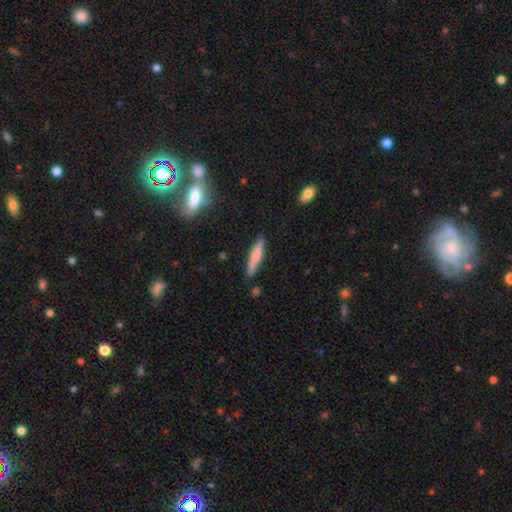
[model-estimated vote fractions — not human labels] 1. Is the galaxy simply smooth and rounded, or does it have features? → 65% smooth, 28% featured or disk, 6% star or artifact.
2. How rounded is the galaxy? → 89% cigar-shaped, 10% in between, 2% round.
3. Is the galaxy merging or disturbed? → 85% none, 11% minor disturbance, 2% merger, 2% major disturbance.